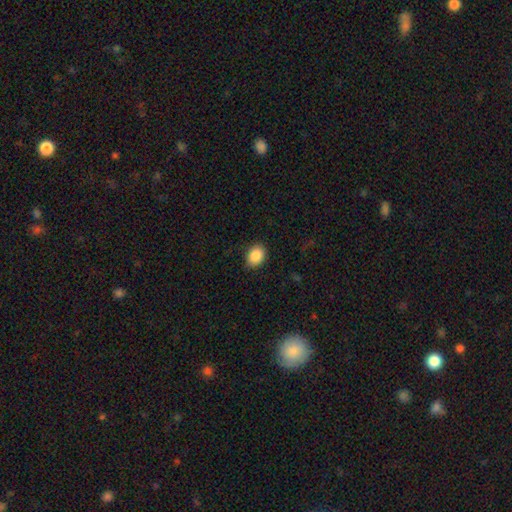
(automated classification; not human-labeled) Smooth or featured? Predicted: smooth (p=0.87). How rounded? Predicted: in between (p=0.58). Merging? Predicted: none (p=0.86).